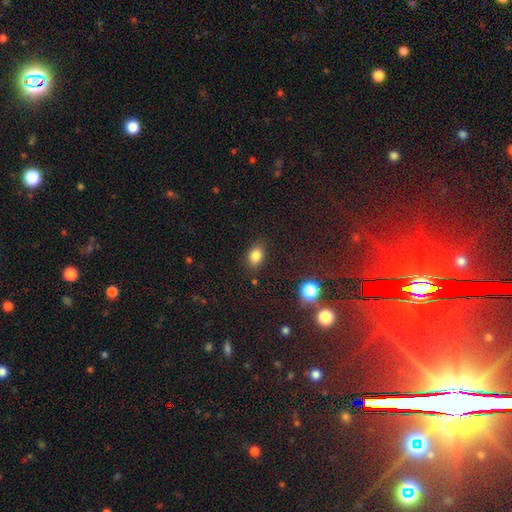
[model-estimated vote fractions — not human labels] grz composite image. It shows a smooth galaxy with no disk features (83%) that is in between round and cigar-shaped (68%). Merging: none (84%).